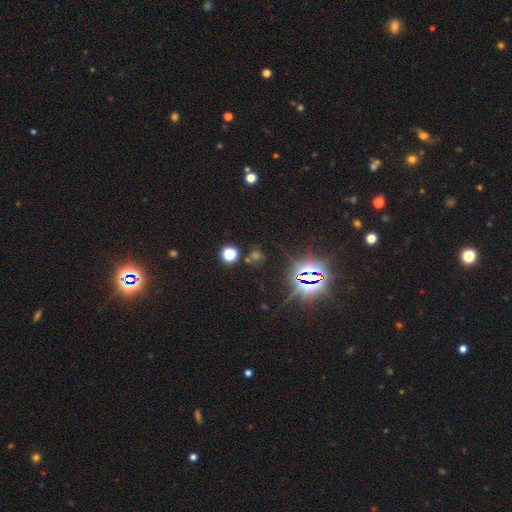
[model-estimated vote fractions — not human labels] A star or artifact, not a galaxy (67%).